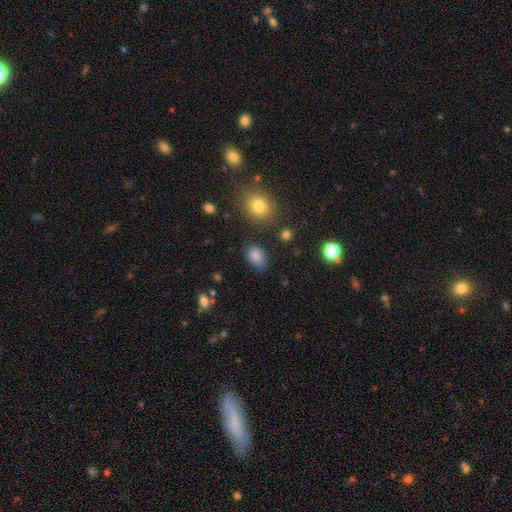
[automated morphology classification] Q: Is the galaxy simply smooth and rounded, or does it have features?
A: smooth — 84%.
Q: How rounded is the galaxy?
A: in between — 76%.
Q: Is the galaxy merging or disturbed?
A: none — 77%.